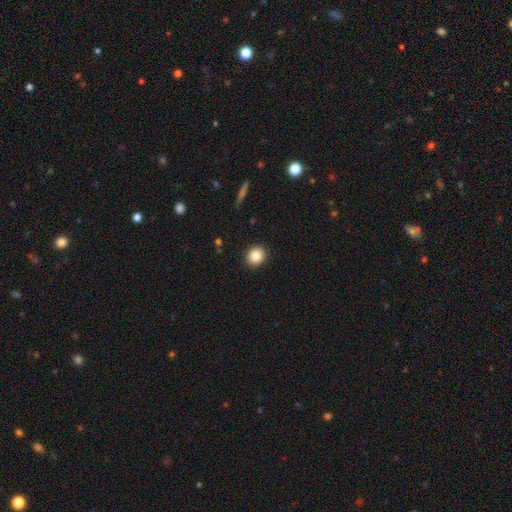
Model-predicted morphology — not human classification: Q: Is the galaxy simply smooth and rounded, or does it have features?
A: smooth — 85%.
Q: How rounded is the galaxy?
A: round — 73%.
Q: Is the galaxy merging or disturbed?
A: none — 91%.